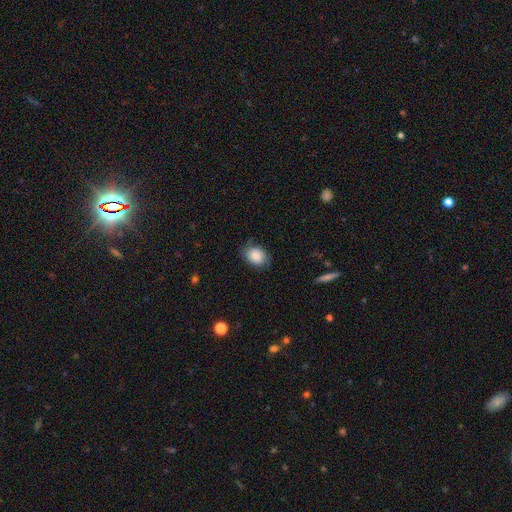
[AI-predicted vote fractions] This is clearly a smooth galaxy (80%). How rounded: likely in between (67%). Merging: likely none (73%).